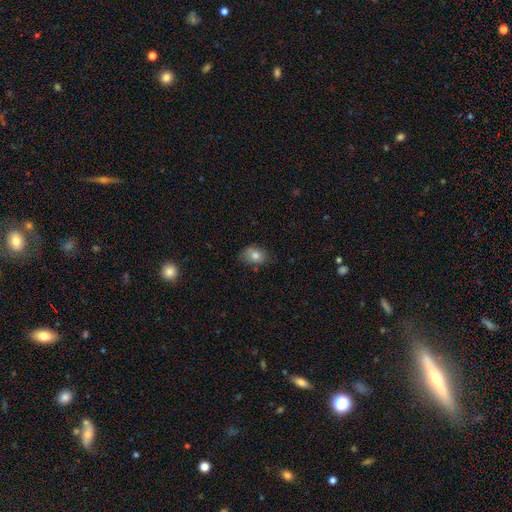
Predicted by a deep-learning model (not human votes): This is likely a smooth galaxy (79%). How rounded: likely in between (72%). Merging: likely none (64%).